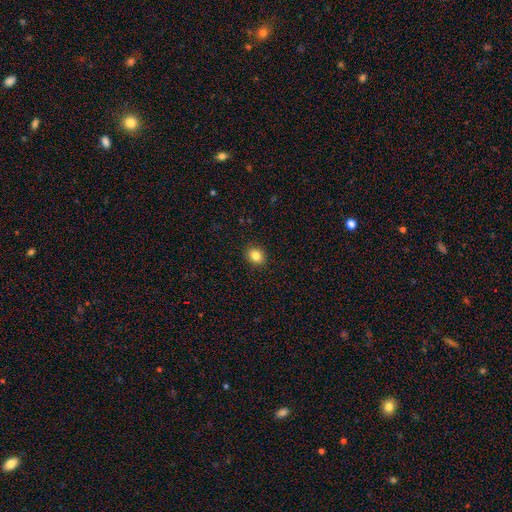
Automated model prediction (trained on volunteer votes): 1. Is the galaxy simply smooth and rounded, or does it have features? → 83% smooth, 10% star or artifact, 6% featured or disk.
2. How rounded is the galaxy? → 60% round, 39% in between, 1% cigar-shaped.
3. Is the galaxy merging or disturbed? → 91% none, 7% minor disturbance, 2% major disturbance, 1% merger.